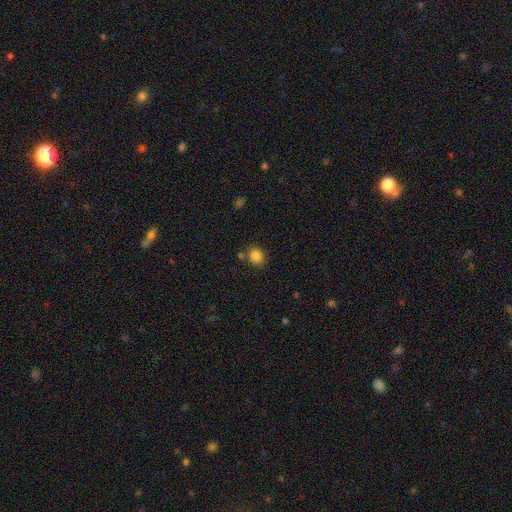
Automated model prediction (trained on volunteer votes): smooth 86%, star or artifact 11%, featured or disk 4%. Down the decision tree: how rounded — round (64%); merging — none (76%).